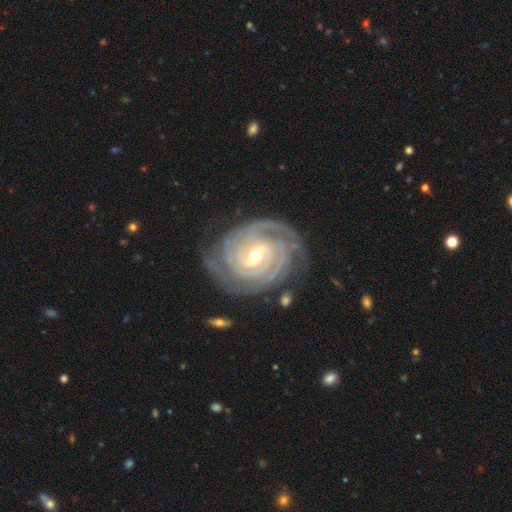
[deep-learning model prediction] A featured or disk galaxy (93%) with a weak bar (49%), 2 (30%) tight (84%) spiral arms (98%) and a moderate central bulge (50%). Merging: none (77%).